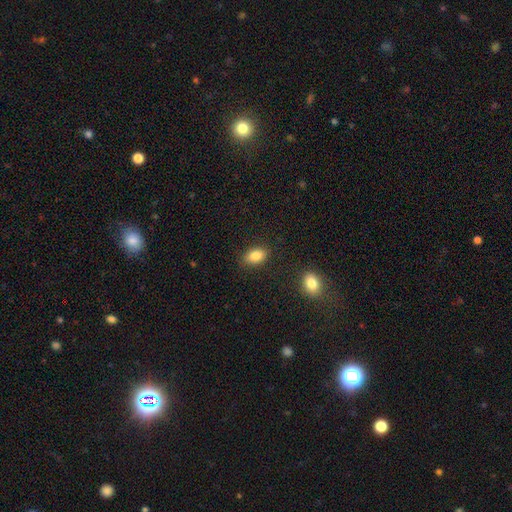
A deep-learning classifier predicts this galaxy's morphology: This appears to be a smooth galaxy with no disk features (85%) that is in between round and cigar-shaped (88%). Merging: none (85%).